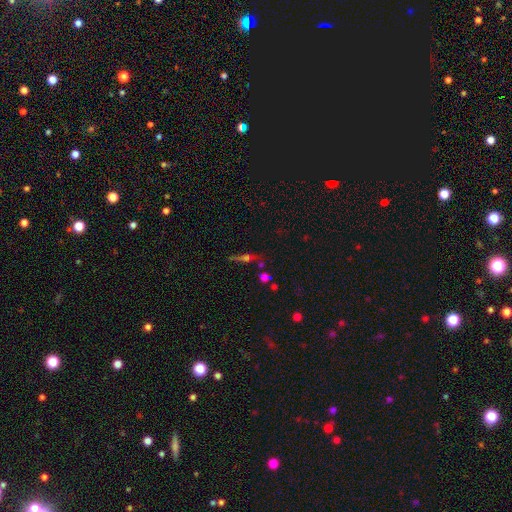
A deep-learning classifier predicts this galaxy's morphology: featured or disk 41%, smooth 30%, star or artifact 29%. Down the decision tree: merging — none (61%).